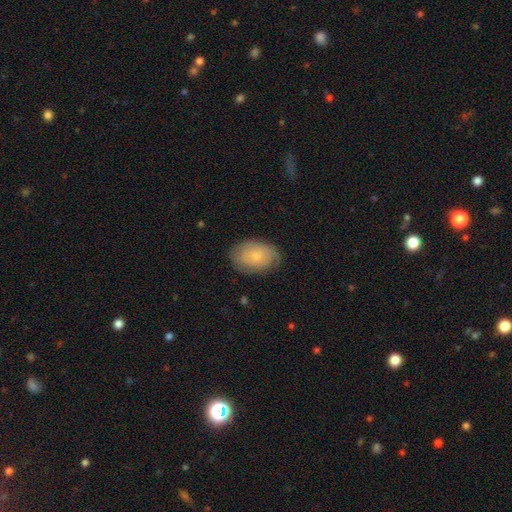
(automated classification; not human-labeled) This appears to be a smooth galaxy with no disk features (63%) that is in between round and cigar-shaped (83%). Merging: none (74%).